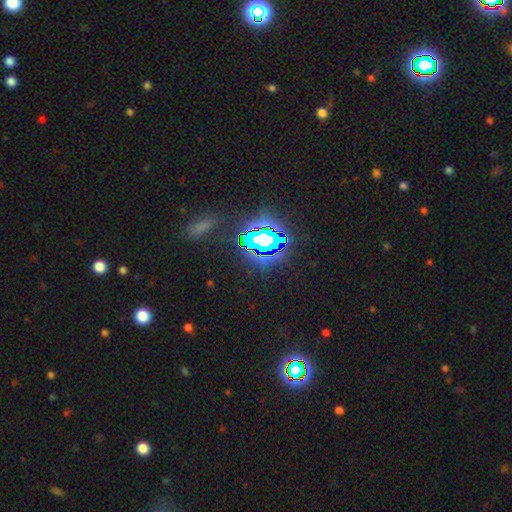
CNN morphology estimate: Q: Smooth or featured?
A: star or artifact (82%); runner-up: smooth (11%)